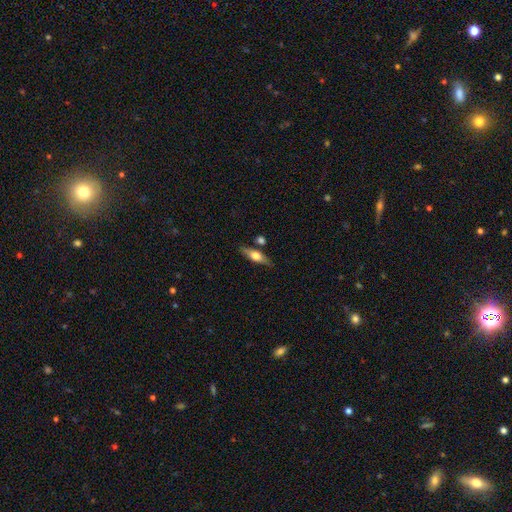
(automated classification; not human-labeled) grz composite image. It shows a smooth galaxy with no disk features (49%). Merging: none (78%).